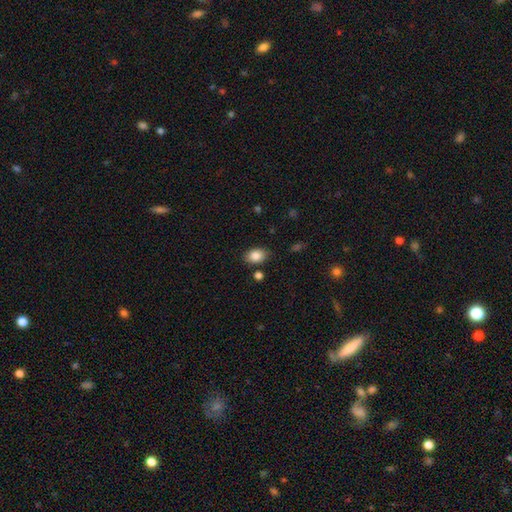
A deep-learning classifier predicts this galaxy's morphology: Smooth or featured?
  - smooth: 86% *
  - star or artifact: 8%
  - featured or disk: 5%
How rounded?
  - in between: 75% *
  - round: 23%
  - cigar-shaped: 1%
Merging?
  - none: 80% *
  - minor disturbance: 13%
  - merger: 4%
  - major disturbance: 3%